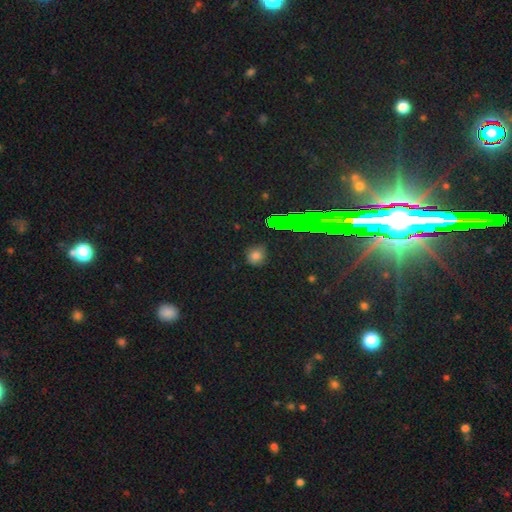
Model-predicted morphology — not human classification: Smooth or featured? Predicted: smooth (p=0.69). How rounded? Predicted: round (p=0.88). Merging? Predicted: none (p=0.85).